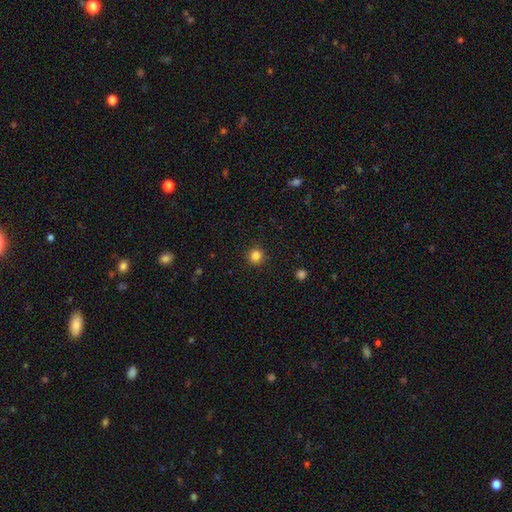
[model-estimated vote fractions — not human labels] Morphology: type=smooth (84%); roundness=round (94%); merging=none (92%).